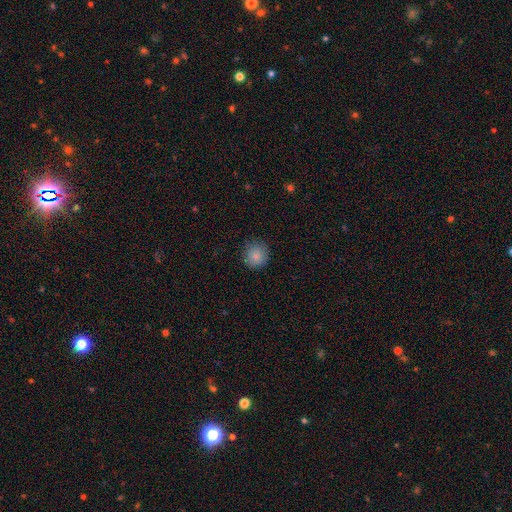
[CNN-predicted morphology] Smooth or featured: smooth — 85% (star or artifact — 9%)
How rounded: round — 88% (in between — 11%)
Merging: none — 85% (minor disturbance — 12%)